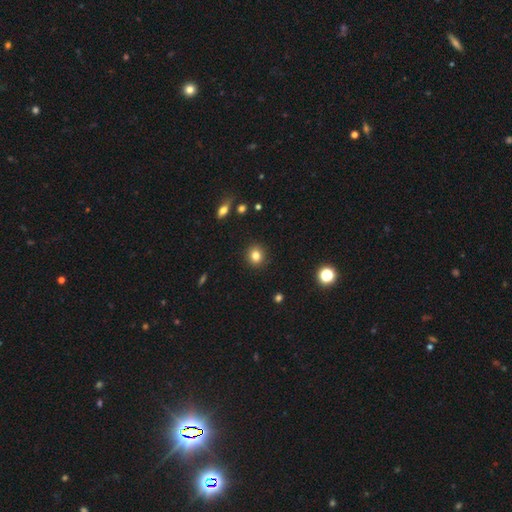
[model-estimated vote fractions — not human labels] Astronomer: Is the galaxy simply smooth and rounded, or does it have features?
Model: smooth — 82%.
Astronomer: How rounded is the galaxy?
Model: round — 85%.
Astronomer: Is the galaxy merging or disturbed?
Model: none — 91%.